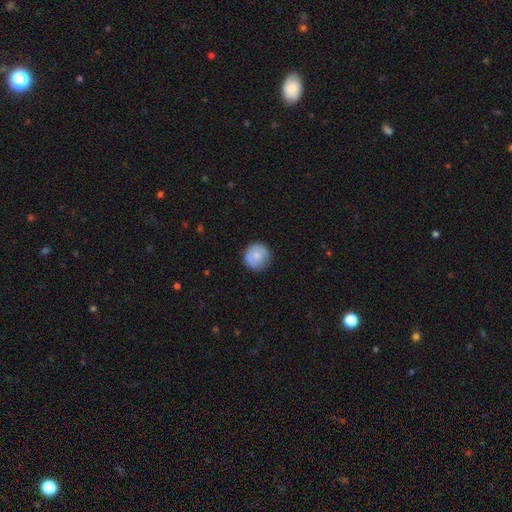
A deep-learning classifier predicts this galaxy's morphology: Q: Smooth or featured?
A: smooth (76%); runner-up: featured or disk (18%)
Q: How rounded?
A: round (93%); runner-up: in between (6%)
Q: Merging?
A: none (81%); runner-up: minor disturbance (14%)